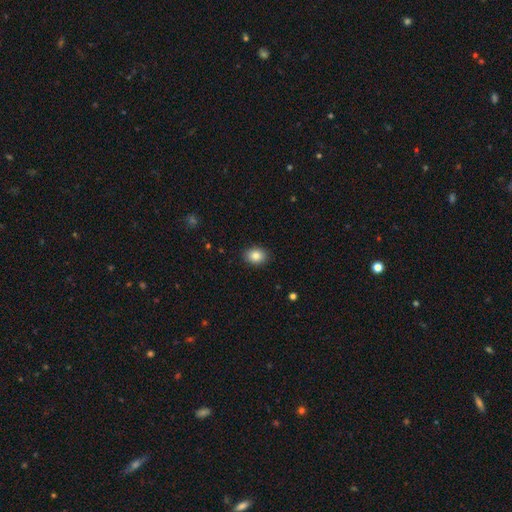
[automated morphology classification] smooth 85%, star or artifact 9%, featured or disk 6%. Down the decision tree: how rounded — in between (60%); merging — none (90%).